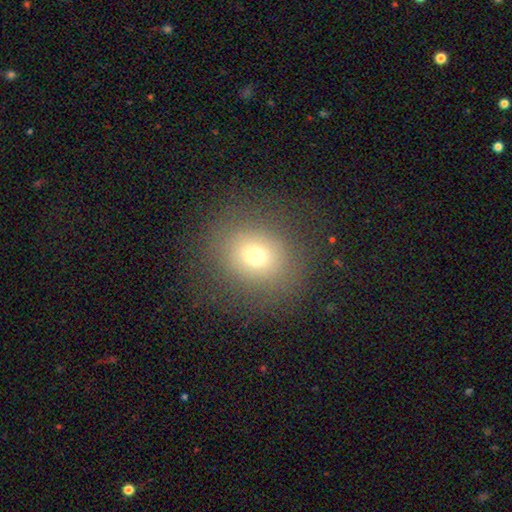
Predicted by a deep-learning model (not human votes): Smooth or featured?
  - smooth: 70% *
  - star or artifact: 17%
  - featured or disk: 13%
How rounded?
  - round: 78% *
  - in between: 21%
  - cigar-shaped: 1%
Merging?
  - none: 81% *
  - minor disturbance: 10%
  - major disturbance: 7%
  - merger: 1%